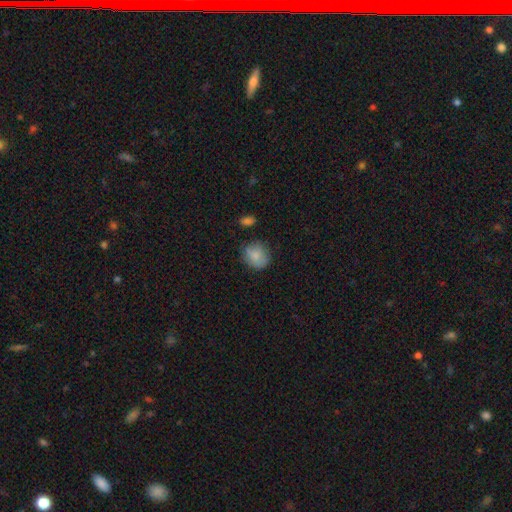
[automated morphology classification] Smooth or featured? Predicted: smooth (p=0.82). How rounded? Predicted: round (p=0.72). Merging? Predicted: none (p=0.69).